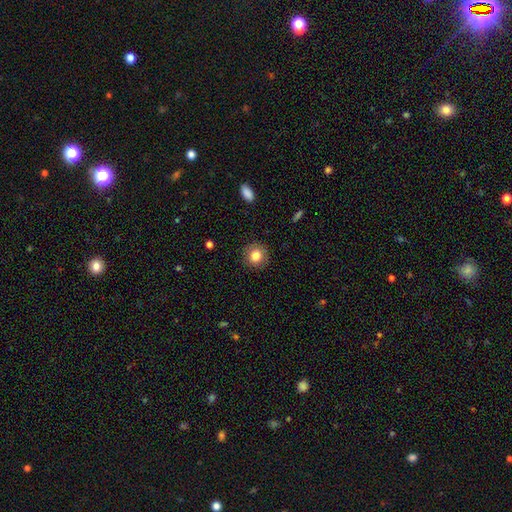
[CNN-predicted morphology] Smooth or featured: smooth — 81% (star or artifact — 10%)
How rounded: round — 89% (in between — 10%)
Merging: none — 89% (minor disturbance — 8%)